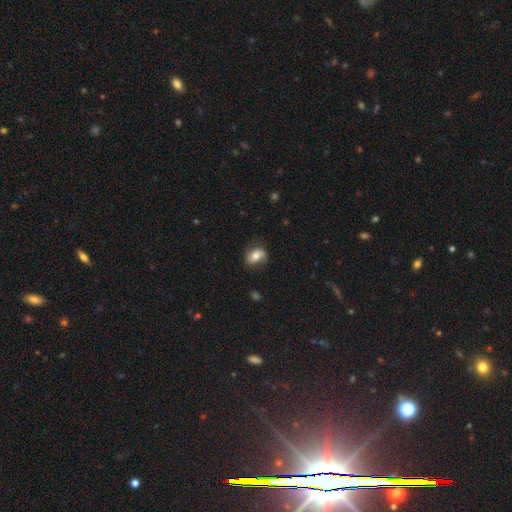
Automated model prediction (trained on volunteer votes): The model was most divided on "smooth or featured": smooth: 50%, featured or disk: 42%, star or artifact: 8%. More confident: merging — none (72%).